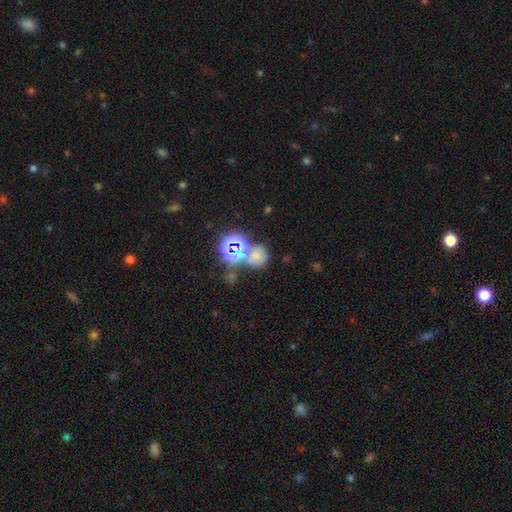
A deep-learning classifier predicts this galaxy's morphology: This is possibly a smooth galaxy (52%). How rounded: likely round (75%). Merging: possibly none (48%).